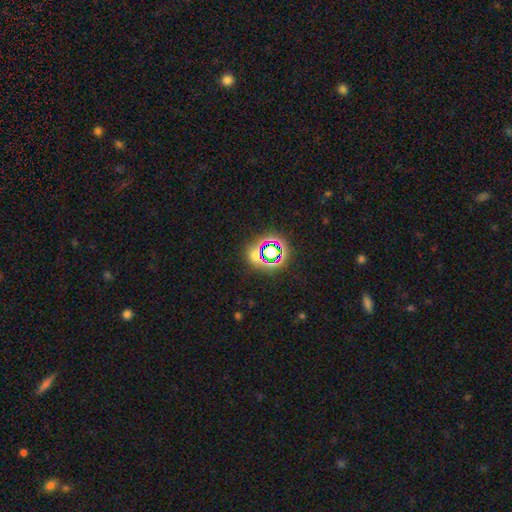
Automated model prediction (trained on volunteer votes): Morphology: type=star or artifact (59%).